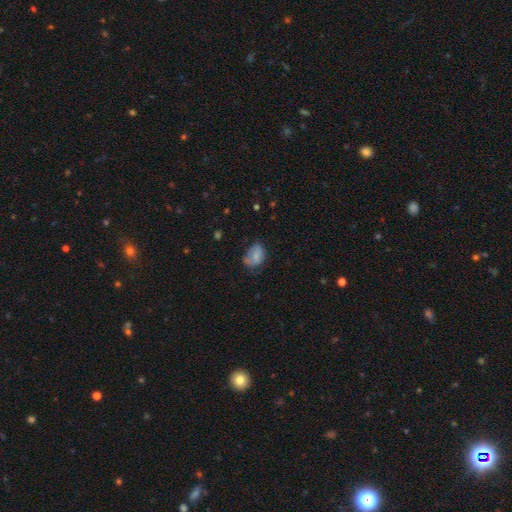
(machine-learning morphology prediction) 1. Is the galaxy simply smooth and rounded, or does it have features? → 76% smooth, 15% featured or disk, 9% star or artifact.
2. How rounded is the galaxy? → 72% in between, 26% round, 1% cigar-shaped.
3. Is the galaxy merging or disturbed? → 45% none, 36% minor disturbance, 16% major disturbance, 2% merger.